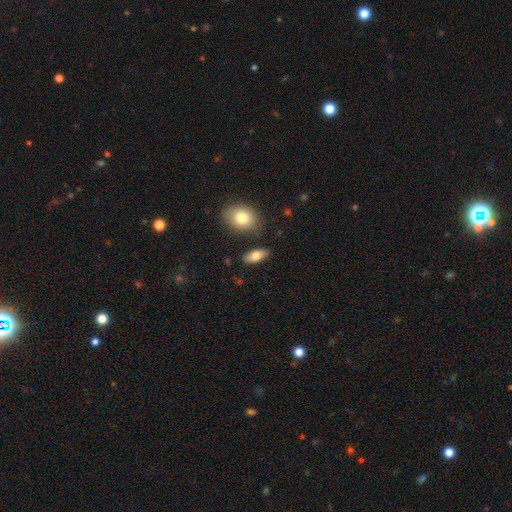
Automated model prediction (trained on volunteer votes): Smooth or featured? Predicted: smooth (p=0.77). How rounded? Predicted: in between (p=0.86). Merging? Predicted: none (p=0.82).